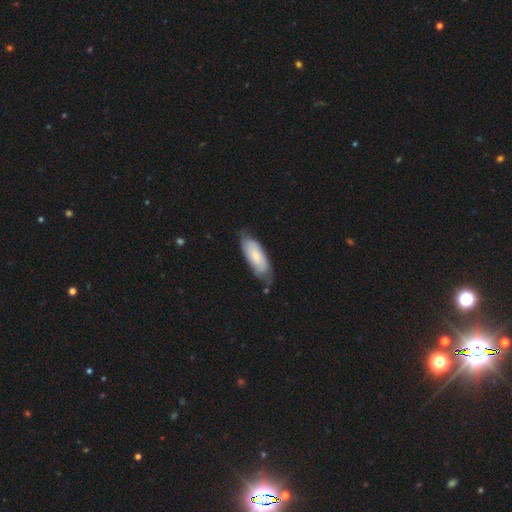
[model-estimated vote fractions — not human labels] Smooth or featured?
  - smooth: 67% *
  - featured or disk: 27%
  - star or artifact: 6%
How rounded?
  - in between: 77% *
  - cigar-shaped: 22%
  - round: 2%
Merging?
  - none: 59% *
  - minor disturbance: 32%
  - major disturbance: 7%
  - merger: 2%